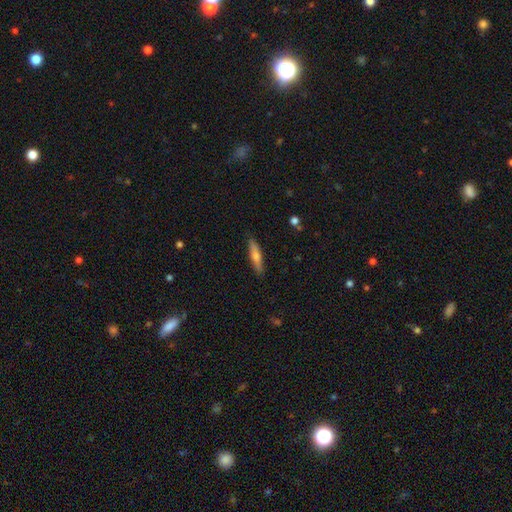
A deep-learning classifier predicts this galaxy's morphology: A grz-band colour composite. It shows a smooth galaxy with no disk features (59%) that is cigar-shaped (83%). Merging: none (88%).